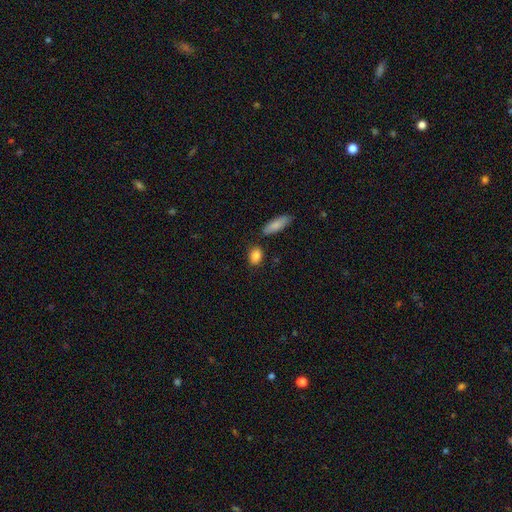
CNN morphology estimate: This is clearly a smooth galaxy (86%). How rounded: likely in between (74%). Merging: likely none (79%).